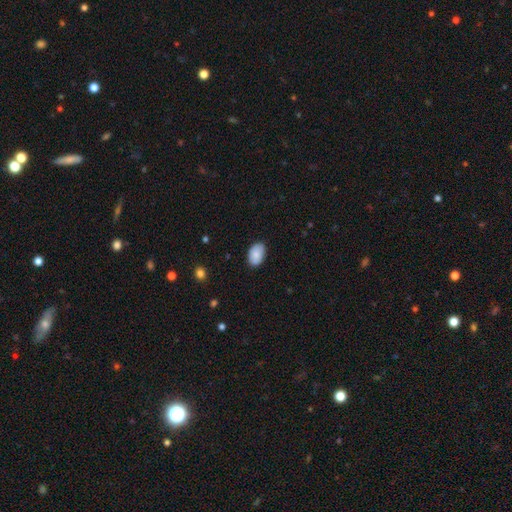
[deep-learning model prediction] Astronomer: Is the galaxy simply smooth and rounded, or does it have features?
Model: smooth — 85%.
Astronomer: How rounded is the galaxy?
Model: in between — 89%.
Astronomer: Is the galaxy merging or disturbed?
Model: none — 82%.